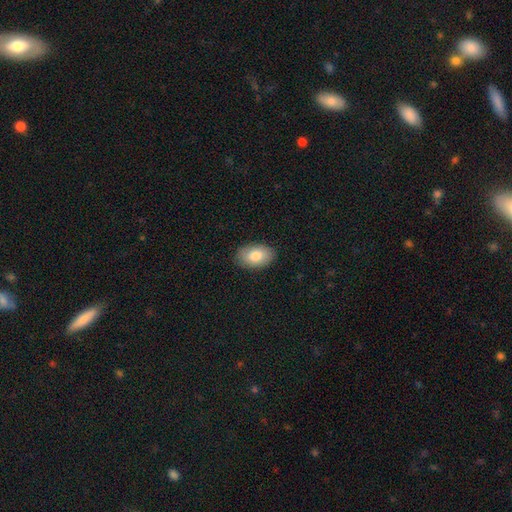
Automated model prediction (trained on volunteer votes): The model was most divided on "smooth or featured": smooth: 83%, featured or disk: 11%, star or artifact: 6%. More confident: how rounded — in between (92%); merging — none (87%).